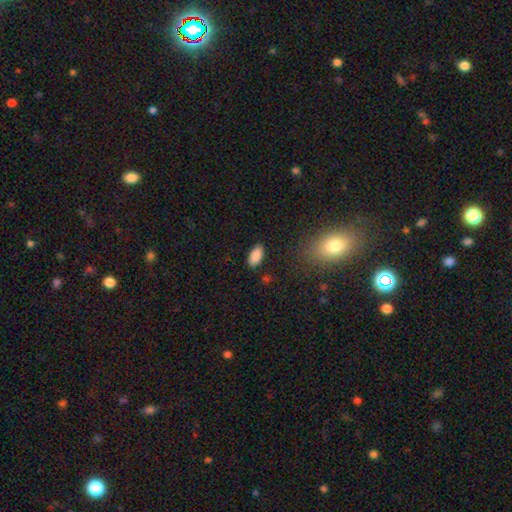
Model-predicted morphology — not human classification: Smooth or featured? smooth (88%)
How rounded? in between (92%)
Merging? none (86%)